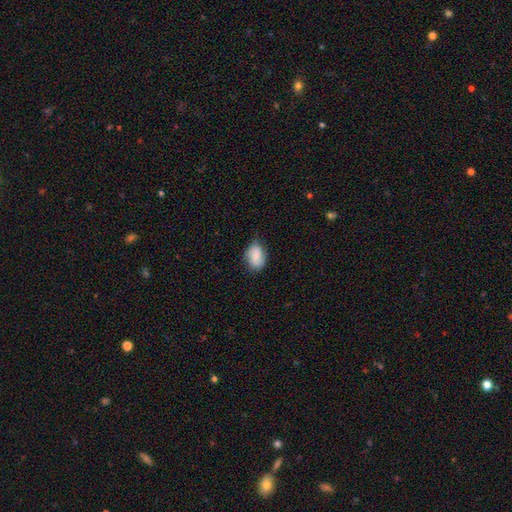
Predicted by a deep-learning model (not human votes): smooth-or-featured: smooth: 65% | featured or disk: 27% | star or artifact: 8%
  how-rounded: in between: 73% | round: 26% | cigar-shaped: 2%
  merging: none: 70% | minor disturbance: 24% | major disturbance: 5% | merger: 1%